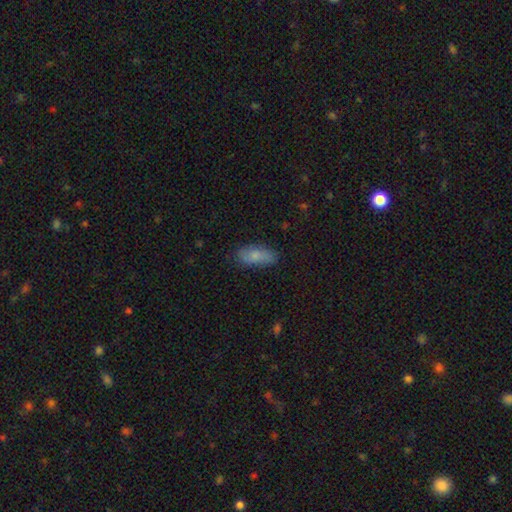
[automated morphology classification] type=smooth (79%); roundness=in between (78%); merging=none (79%).